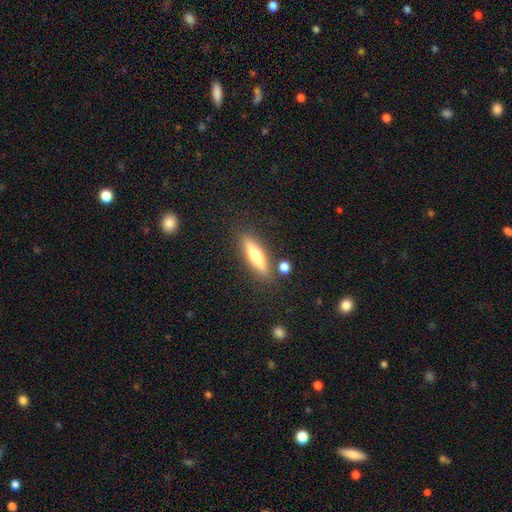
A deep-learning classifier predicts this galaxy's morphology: smooth 48%, featured or disk 45%, star or artifact 7%. Down the decision tree: merging — none (82%).